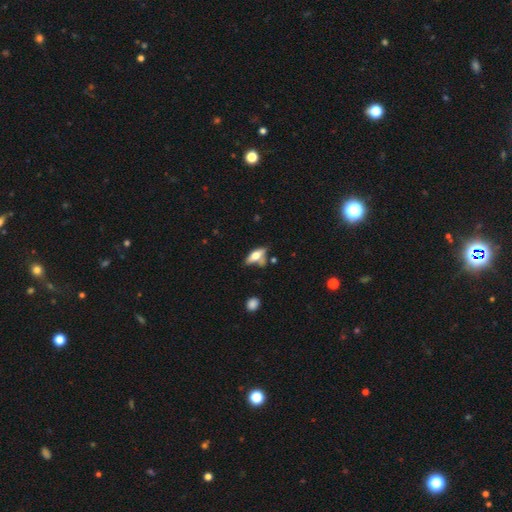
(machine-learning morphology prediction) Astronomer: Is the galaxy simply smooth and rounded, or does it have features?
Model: smooth — 47% (runner-up: featured or disk, 45%).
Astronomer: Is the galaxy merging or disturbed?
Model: none — 53%.